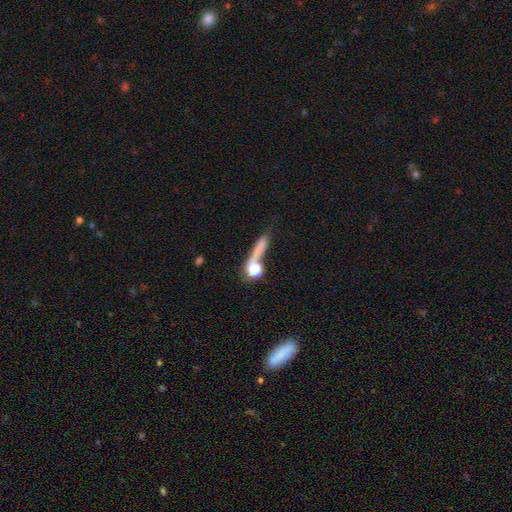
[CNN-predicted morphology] type=smooth (63%); roundness=cigar-shaped (51%); merging=none (51%).